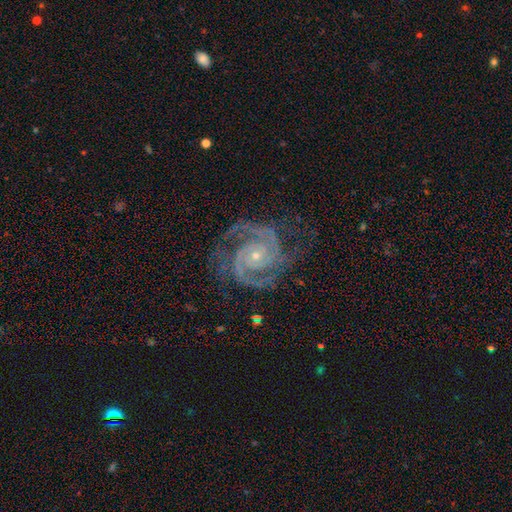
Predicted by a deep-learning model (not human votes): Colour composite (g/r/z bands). It shows a featured or disk galaxy (93%) with no bar (69%), 2 (77%) tight (63%) spiral arms (99%) and a small central bulge (75%). Merging: none (75%).